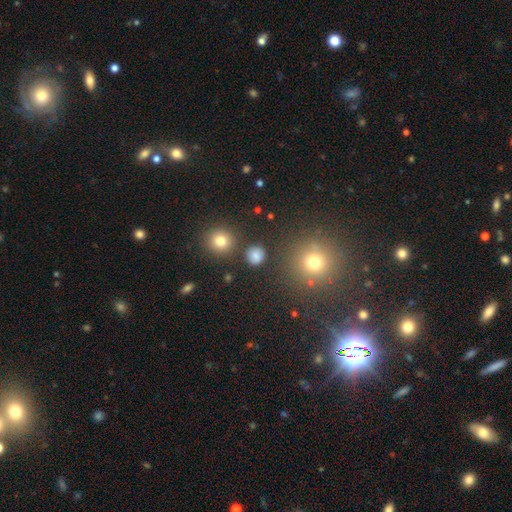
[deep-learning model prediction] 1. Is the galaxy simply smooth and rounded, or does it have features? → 80% smooth, 15% star or artifact, 5% featured or disk.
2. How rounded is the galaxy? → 87% round, 12% in between, 1% cigar-shaped.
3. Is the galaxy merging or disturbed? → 86% none, 8% minor disturbance, 3% major disturbance, 3% merger.